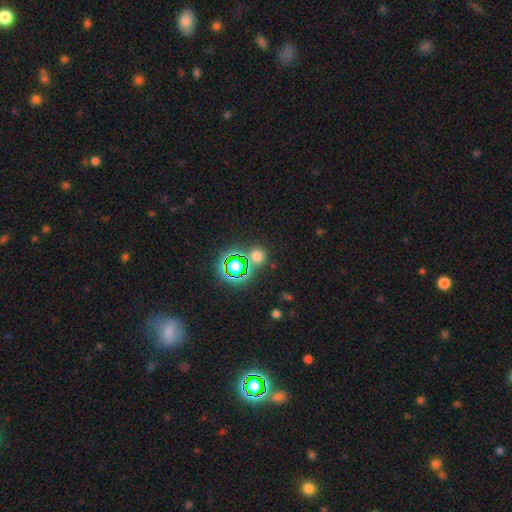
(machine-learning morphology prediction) smooth 58%, star or artifact 35%, featured or disk 6%. Down the decision tree: how rounded — round (87%); merging — none (78%).